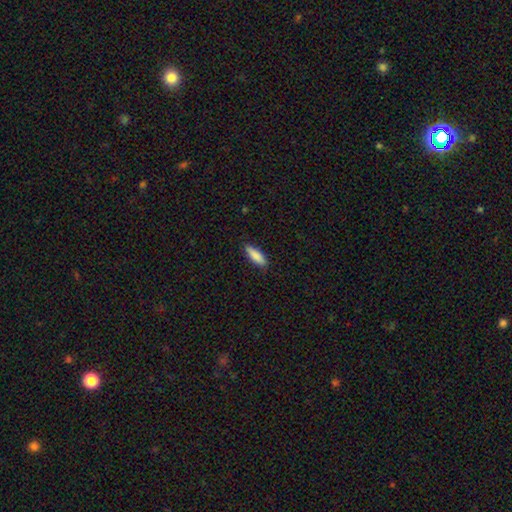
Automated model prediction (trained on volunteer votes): Smooth or featured? smooth (85%)
How rounded? cigar-shaped (54%)
Merging? none (85%)